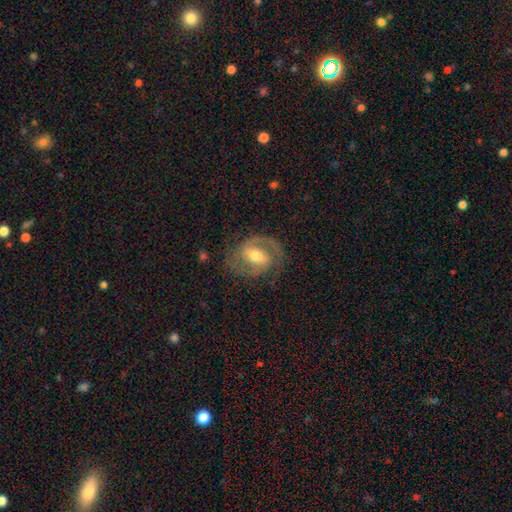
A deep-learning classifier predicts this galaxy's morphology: Overall: featured or disk (85%). Edge-on disk: no (97%). Bar: weak (45%; strong 38%). Spiral arms: yes (94%). Spiral arm count: 2 (87%). Spiral winding: medium (52%; tight 35%). Bulge size: moderate (67%). Merging: none (77%).